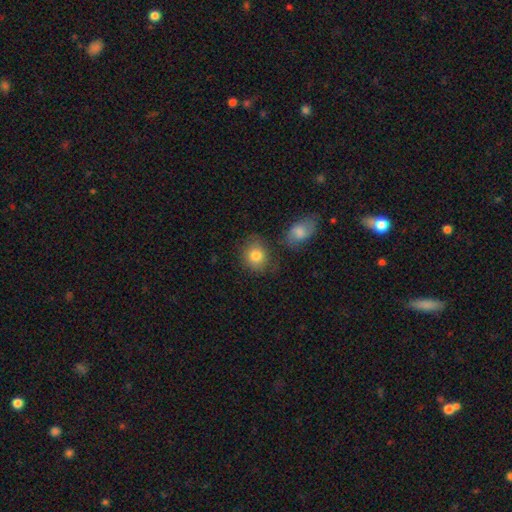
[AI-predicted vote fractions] A smooth galaxy with no disk features (83%) that is round (73%).

Vote fractions:
- Smooth or featured? smooth: 83% / star or artifact: 9% / featured or disk: 9%
- How rounded? round: 73% / in between: 26% / cigar-shaped: 1%
- Merging? none: 72% / minor disturbance: 15% / merger: 9% / major disturbance: 4%